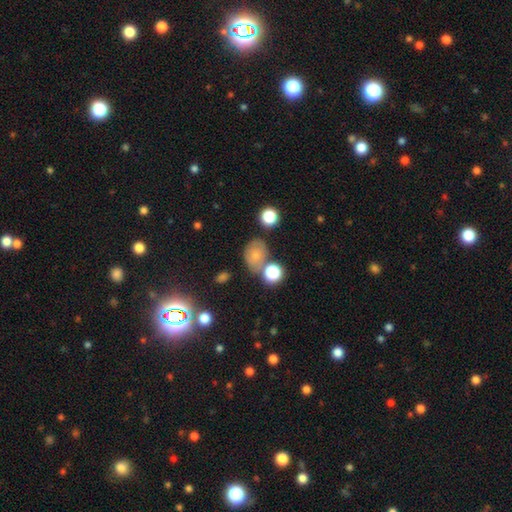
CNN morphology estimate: A smooth galaxy with no disk features (65%) that is in between round and cigar-shaped (55%). Merging: none (55%).